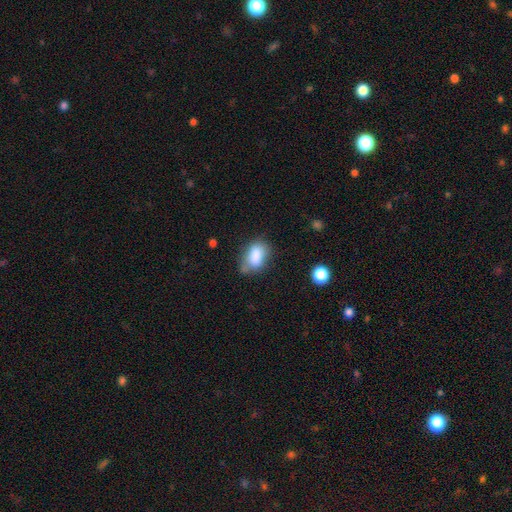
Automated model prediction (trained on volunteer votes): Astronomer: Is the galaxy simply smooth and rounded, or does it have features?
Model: smooth — 83%.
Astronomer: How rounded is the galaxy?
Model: in between — 86%.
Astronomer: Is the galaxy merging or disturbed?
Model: none — 52% (runner-up: minor disturbance, 29%).